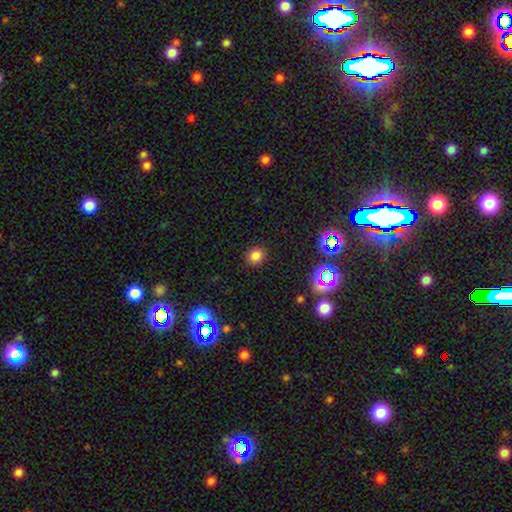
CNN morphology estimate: smooth 79%, star or artifact 16%, featured or disk 5%. Down the decision tree: how rounded — round (82%); merging — none (90%).